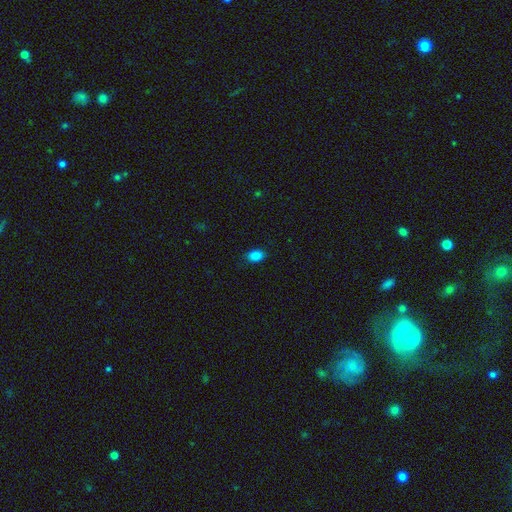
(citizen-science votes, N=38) A smooth galaxy with no disk features (79%) that is in between round and cigar-shaped (80%).

Vote fractions:
- Smooth or featured? smooth: 79% / featured or disk: 13% / star or artifact: 8%
- How rounded? in between: 80% / round: 20% / cigar-shaped: 0%
- Merging? none: 83% / minor disturbance: 17% / major disturbance: 0% / merger: 0%